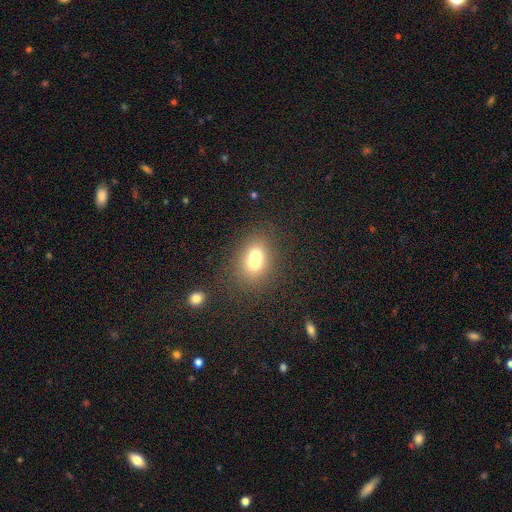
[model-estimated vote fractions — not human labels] Smooth or featured?
  - smooth: 65% *
  - featured or disk: 21%
  - star or artifact: 14%
How rounded?
  - round: 49% * (tied)
  - in between: 49% * (tied)
  - cigar-shaped: 1%
Merging?
  - merger: 58% *
  - none: 32%
  - minor disturbance: 8%
  - major disturbance: 3%